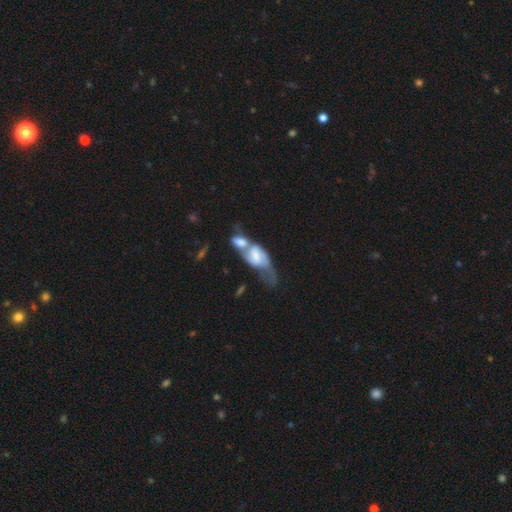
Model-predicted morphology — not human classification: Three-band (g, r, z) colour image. It shows a featured or disk galaxy (56%) with no bar (43%), spiral arms (65%) and a moderate central bulge (26%). Merging: merger (72%).